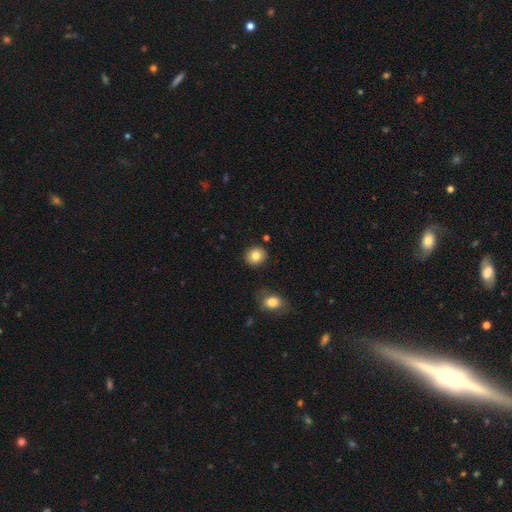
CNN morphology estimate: This is clearly a smooth galaxy (83%). How rounded: clearly round (85%). Merging: clearly none (88%).